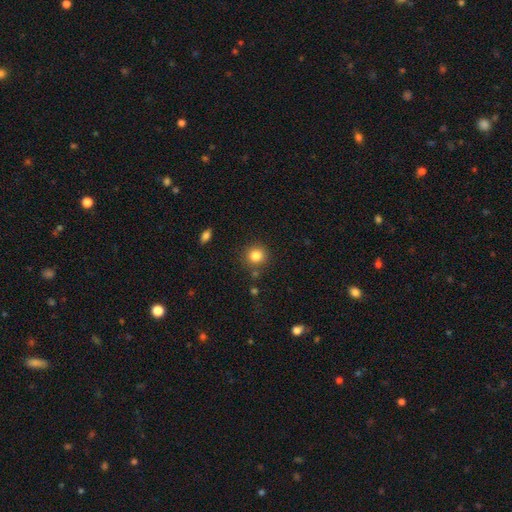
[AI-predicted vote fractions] Overall: smooth (84%). How rounded: round (90%). Merging: none (84%).